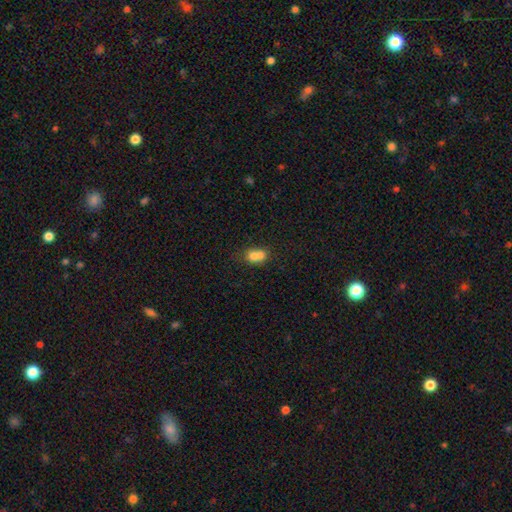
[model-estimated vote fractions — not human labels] This is likely a smooth galaxy (69%). How rounded: possibly round (57%). Merging: likely merger (64%).